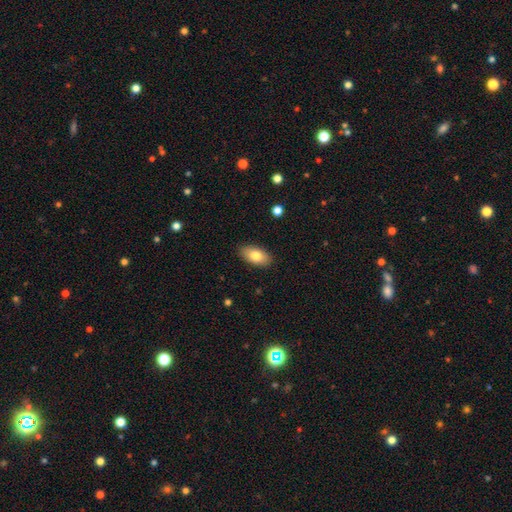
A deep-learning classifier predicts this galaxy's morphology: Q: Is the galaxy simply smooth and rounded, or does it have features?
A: smooth — 79%.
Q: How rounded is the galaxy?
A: in between — 93%.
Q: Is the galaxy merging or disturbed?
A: none — 88%.